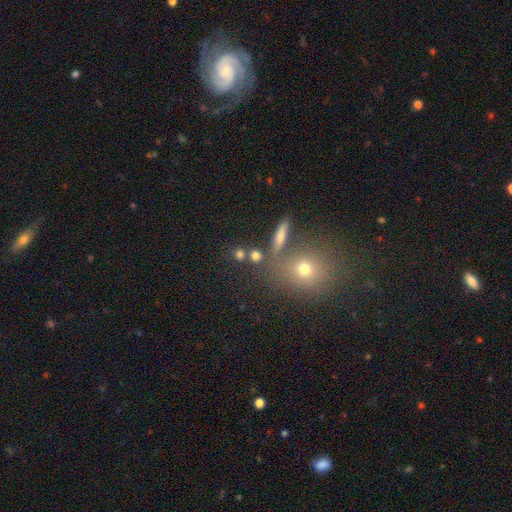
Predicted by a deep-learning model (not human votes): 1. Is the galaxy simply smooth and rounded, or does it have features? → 75% smooth, 16% star or artifact, 10% featured or disk.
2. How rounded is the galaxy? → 80% round, 14% in between, 5% cigar-shaped.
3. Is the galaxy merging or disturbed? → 70% none, 18% merger, 8% minor disturbance, 4% major disturbance.